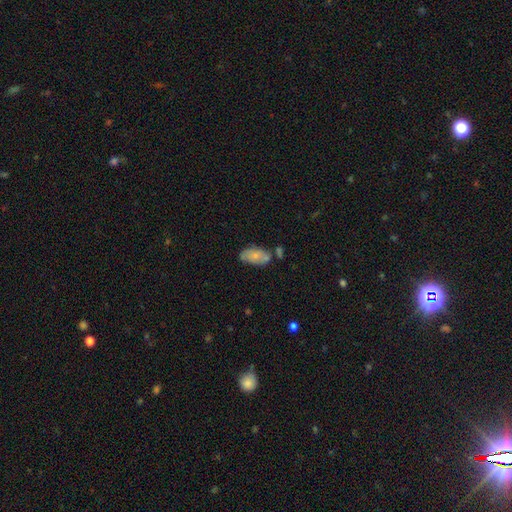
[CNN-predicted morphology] Smooth or featured: smooth — 74% (featured or disk — 19%)
How rounded: in between — 93% (round — 4%)
Merging: none — 57% (minor disturbance — 22%)